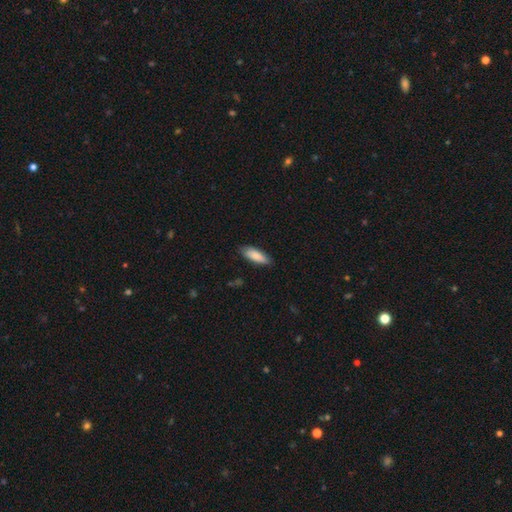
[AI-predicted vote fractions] Q: Smooth or featured?
A: smooth (85%); runner-up: featured or disk (9%)
Q: How rounded?
A: in between (65%); runner-up: cigar-shaped (33%)
Q: Merging?
A: none (84%); runner-up: minor disturbance (13%)